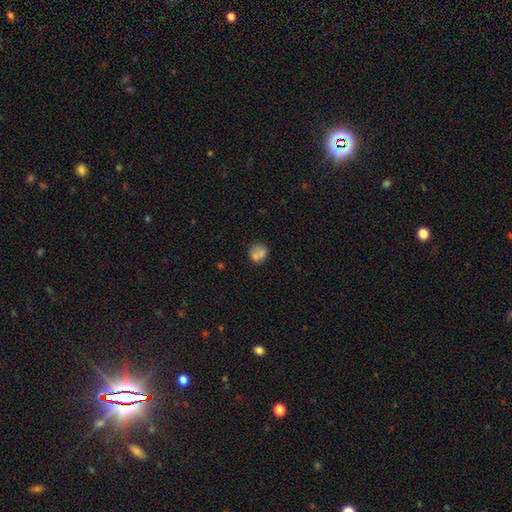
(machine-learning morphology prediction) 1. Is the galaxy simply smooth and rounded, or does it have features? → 71% smooth, 17% featured or disk, 12% star or artifact.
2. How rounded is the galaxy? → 80% round, 19% in between, 1% cigar-shaped.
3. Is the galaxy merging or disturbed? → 51% none, 31% merger, 12% minor disturbance, 5% major disturbance.